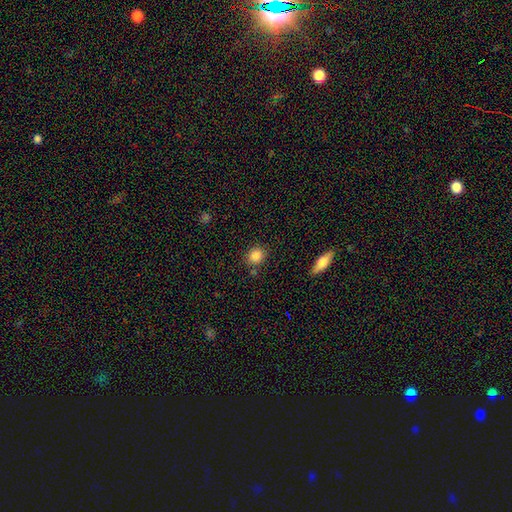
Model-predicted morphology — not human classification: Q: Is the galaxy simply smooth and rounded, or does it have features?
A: smooth — 86%.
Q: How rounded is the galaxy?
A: round — 75%.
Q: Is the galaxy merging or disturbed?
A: none — 82%.